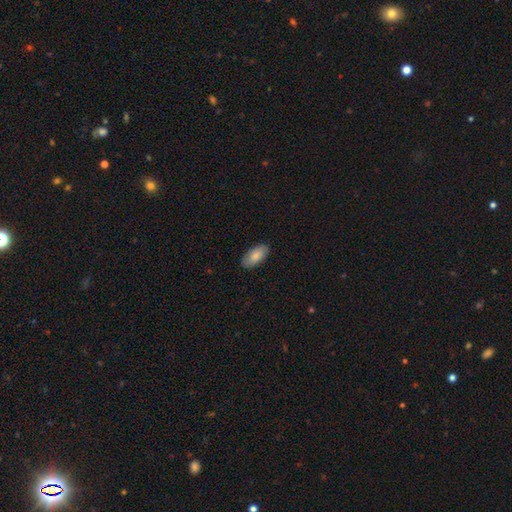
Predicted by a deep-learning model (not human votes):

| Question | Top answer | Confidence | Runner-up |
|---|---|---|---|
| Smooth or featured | smooth | 84% | featured or disk (11%) |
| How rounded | in between | 93% | cigar-shaped (5%) |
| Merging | none | 88% | minor disturbance (9%) |